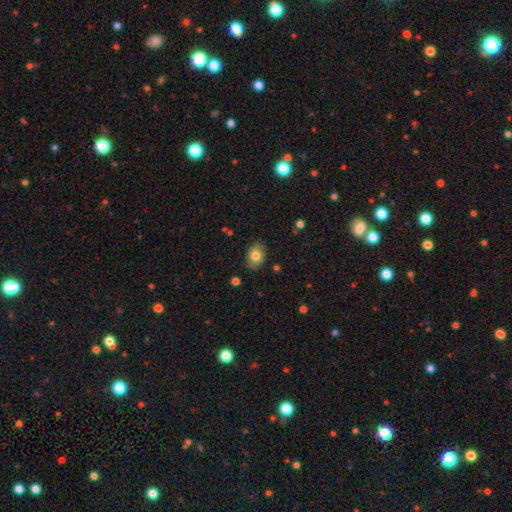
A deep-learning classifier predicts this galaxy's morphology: Smooth or featured? smooth (79%)
How rounded? in between (72%)
Merging? none (86%)